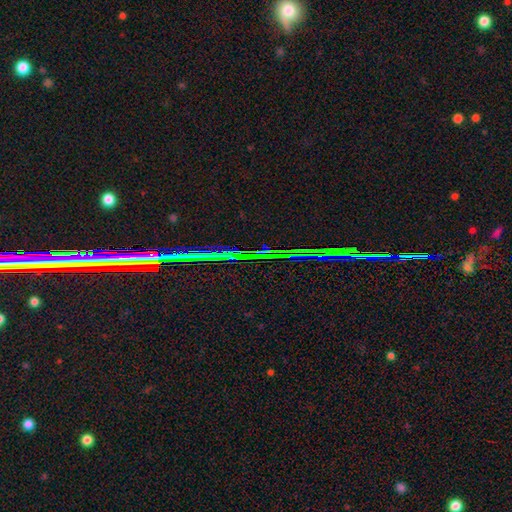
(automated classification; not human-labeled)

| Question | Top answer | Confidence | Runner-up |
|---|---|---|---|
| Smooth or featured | star or artifact | 82% | featured or disk (10%) |